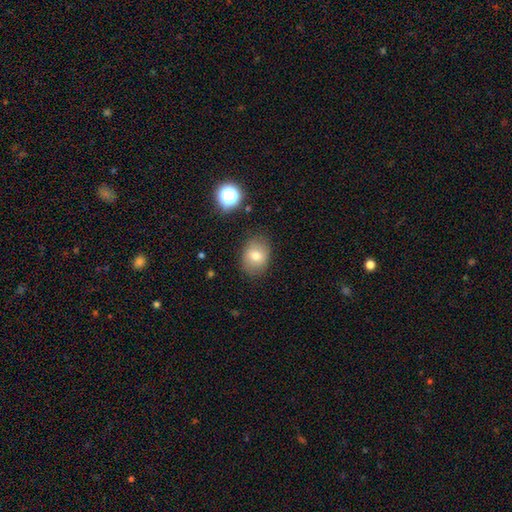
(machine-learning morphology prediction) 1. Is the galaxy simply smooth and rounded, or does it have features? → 74% smooth, 15% featured or disk, 11% star or artifact.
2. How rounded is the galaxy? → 57% in between, 42% round, 1% cigar-shaped.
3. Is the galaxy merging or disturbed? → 81% none, 14% minor disturbance, 4% major disturbance, 2% merger.